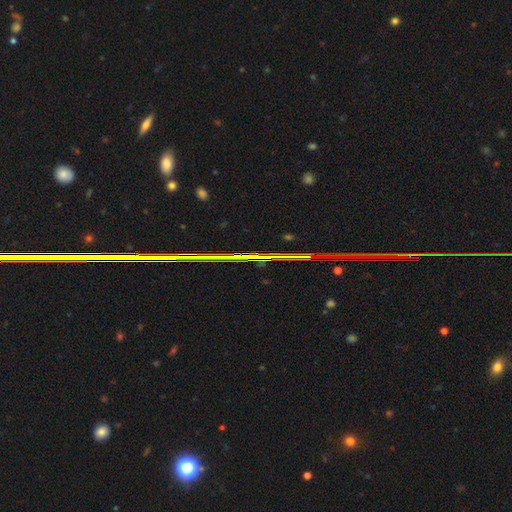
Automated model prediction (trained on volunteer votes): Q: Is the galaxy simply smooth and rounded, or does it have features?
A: star or artifact — 83%.